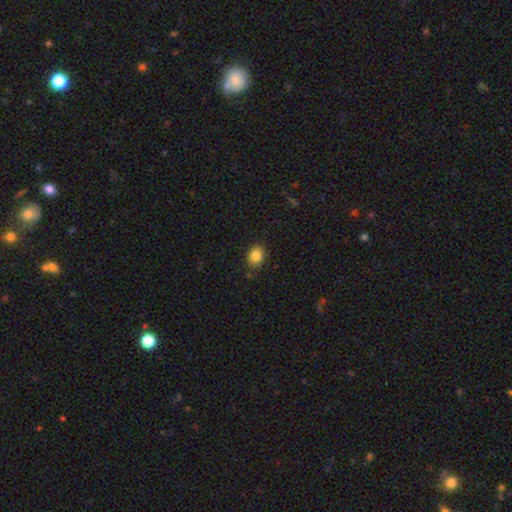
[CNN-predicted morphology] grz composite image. It shows a smooth galaxy with no disk features (84%) that is round (51%). Merging: none (85%).